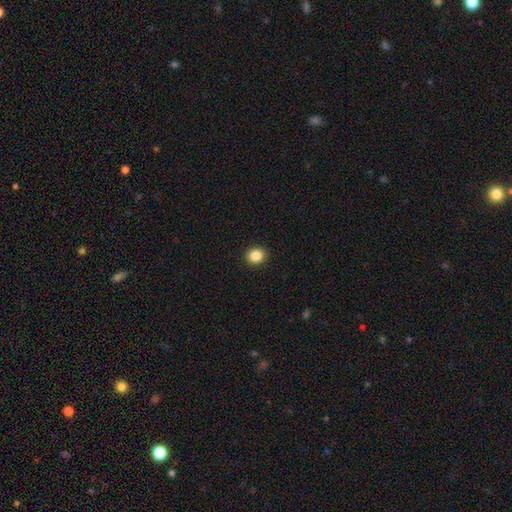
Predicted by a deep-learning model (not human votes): Smooth or featured: smooth — 86% (star or artifact — 10%)
How rounded: round — 79% (in between — 20%)
Merging: none — 92% (minor disturbance — 5%)